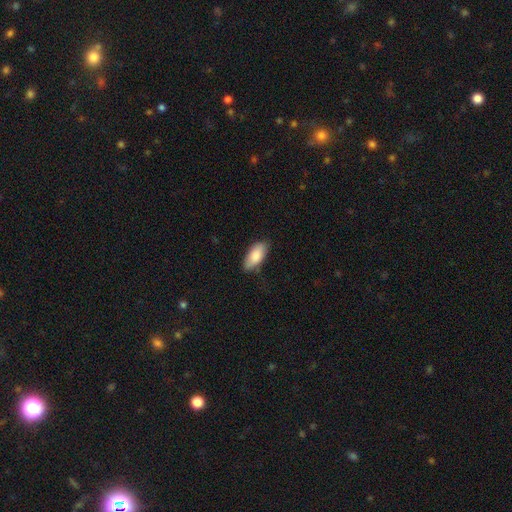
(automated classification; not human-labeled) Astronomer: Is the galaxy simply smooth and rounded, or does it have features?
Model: smooth — 84%.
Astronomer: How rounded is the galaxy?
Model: in between — 88%.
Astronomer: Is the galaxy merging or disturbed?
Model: none — 75%.